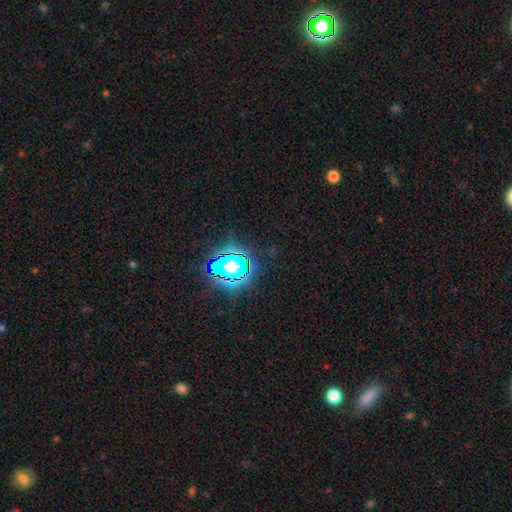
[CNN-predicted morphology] star or artifact 81%, smooth 12%, featured or disk 7%.